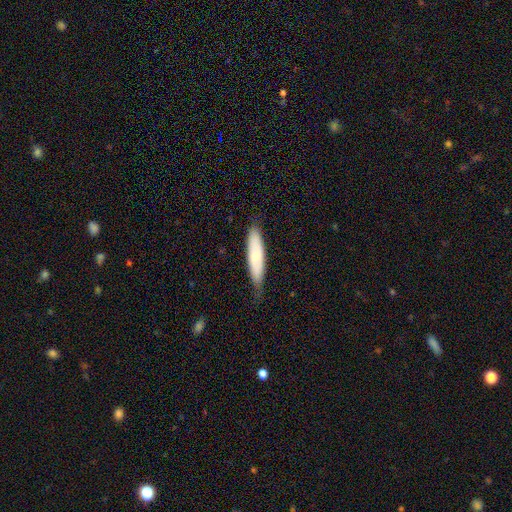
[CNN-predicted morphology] type=smooth (66%); roundness=cigar-shaped (72%); merging=none (70%).